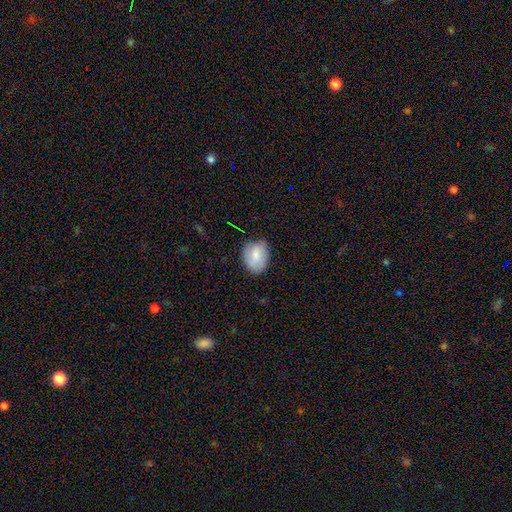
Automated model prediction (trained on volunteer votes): This is clearly a smooth galaxy (81%). How rounded: likely in between (62%). Merging: likely none (69%).